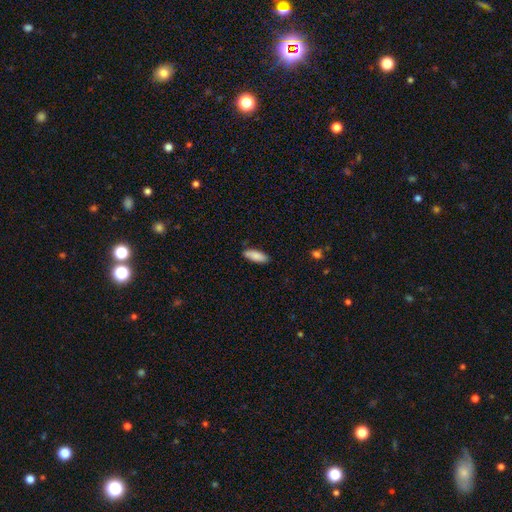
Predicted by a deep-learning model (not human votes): Smooth or featured: smooth — 87% (featured or disk — 7%)
How rounded: in between — 69% (cigar-shaped — 30%)
Merging: none — 85% (minor disturbance — 11%)